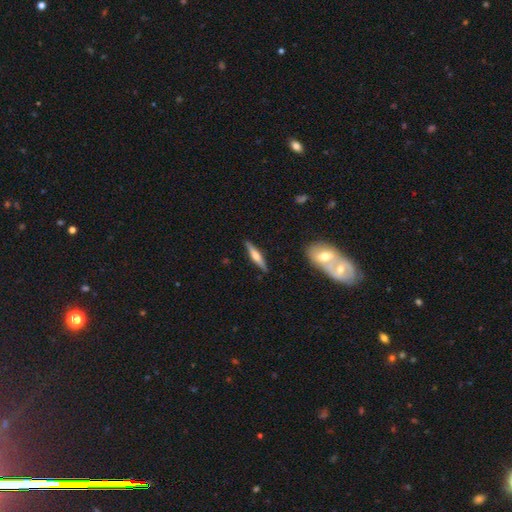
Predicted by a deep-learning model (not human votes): Smooth or featured: featured or disk — 55% (smooth — 39%)
Edge-on disk: yes — 96% (no — 4%)
Edge-on bulge: rounded — 86% (boxy — 8%)
Merging: none — 89% (minor disturbance — 8%)